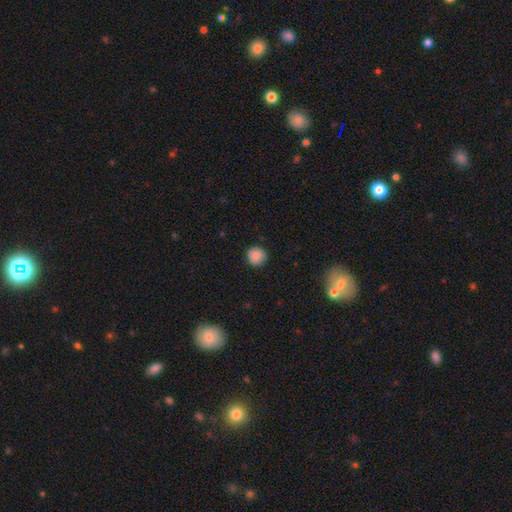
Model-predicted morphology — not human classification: A smooth galaxy with no disk features (87%) that is round (94%). Merging: none (90%).